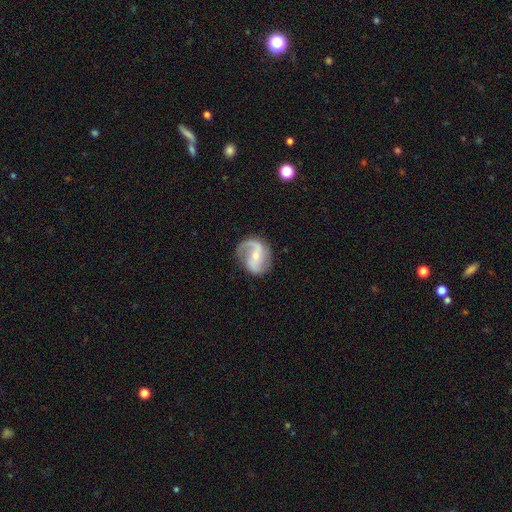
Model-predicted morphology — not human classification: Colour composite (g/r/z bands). It shows a featured or disk galaxy (84%) with a weak bar (41%), 2 (83%) loose (48%) spiral arms (95%) and a small central bulge (58%). Merging: none (74%).